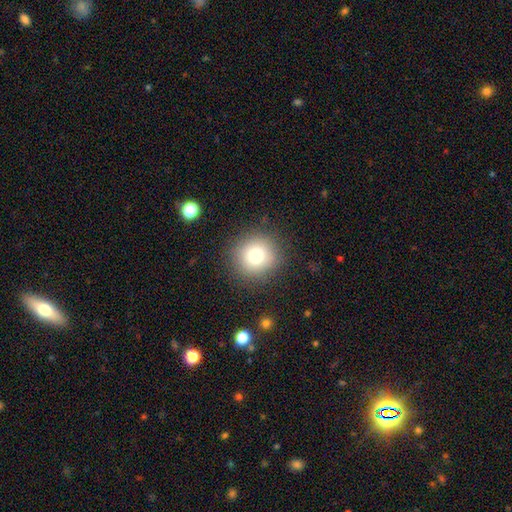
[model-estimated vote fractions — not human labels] smooth_or_featured: smooth (p=0.77) [alt: star or artifact p=0.13]
how_rounded: round (p=0.93) [alt: in between p=0.06]
merging: none (p=0.88) [alt: minor disturbance p=0.07]